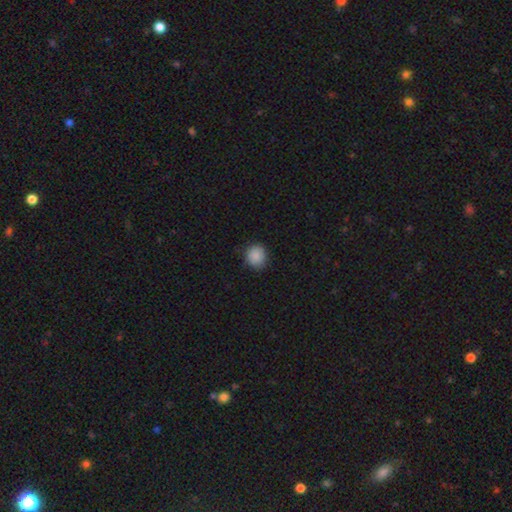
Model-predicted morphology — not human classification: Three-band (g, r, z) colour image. It shows a smooth galaxy with no disk features (88%) that is round (86%). Merging: none (86%).